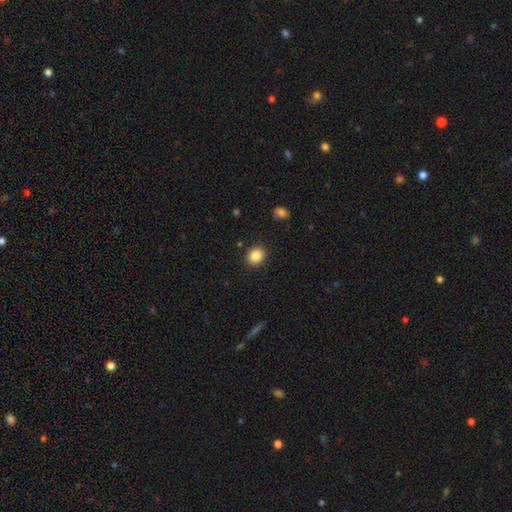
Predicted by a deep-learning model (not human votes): smooth-or-featured: smooth: 86% | star or artifact: 10% | featured or disk: 5%
  how-rounded: round: 74% | in between: 26% | cigar-shaped: 1%
  merging: none: 89% | minor disturbance: 7% | major disturbance: 2% | merger: 1%